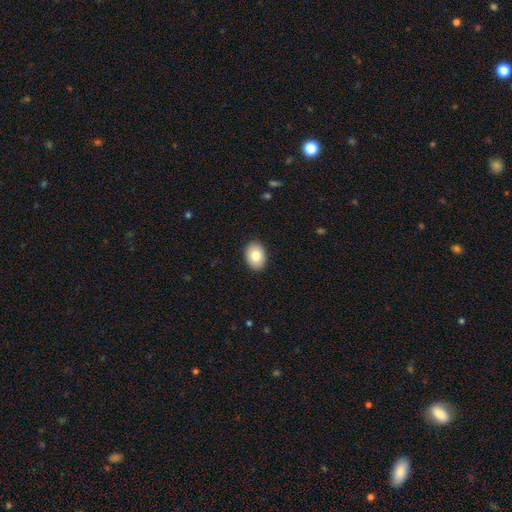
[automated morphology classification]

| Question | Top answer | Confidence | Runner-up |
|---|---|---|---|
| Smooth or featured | smooth | 81% | featured or disk (12%) |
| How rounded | in between | 75% | round (24%) |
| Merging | none | 89% | minor disturbance (8%) |